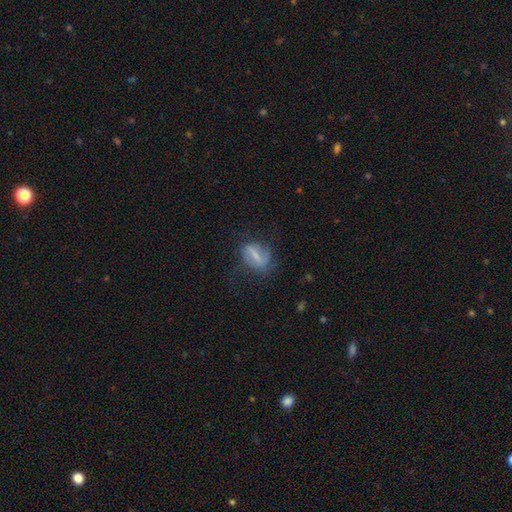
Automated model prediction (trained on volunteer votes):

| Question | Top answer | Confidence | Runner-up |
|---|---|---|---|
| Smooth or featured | smooth | 46% | featured or disk (44%) |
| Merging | none | 55% | minor disturbance (25%) |